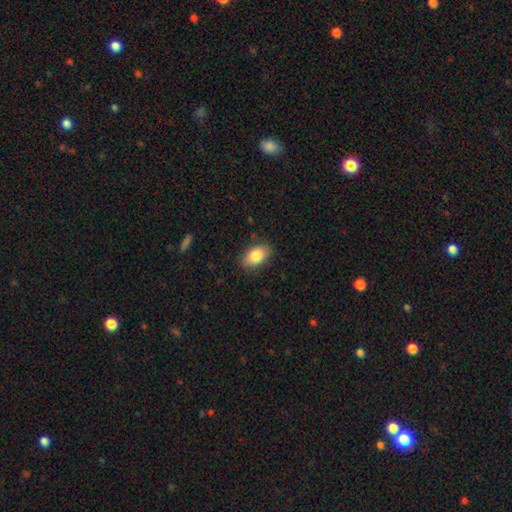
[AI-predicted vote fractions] The model was most divided on "merging": none: 85%, minor disturbance: 11%, major disturbance: 3%, merger: 1%. More confident: how rounded — in between (90%); smooth or featured — smooth (84%).